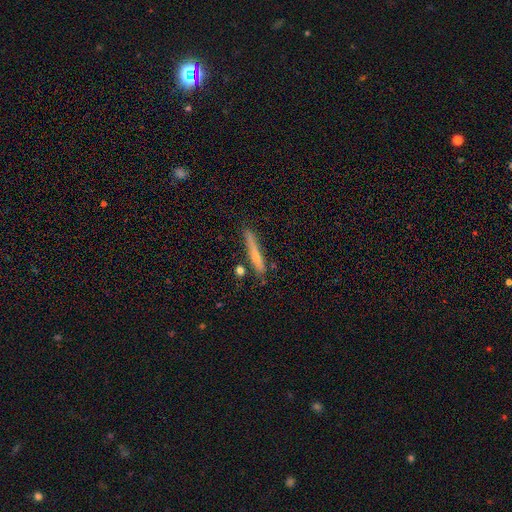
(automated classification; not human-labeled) Smooth or featured? smooth (55%)
How rounded? cigar-shaped (93%)
Merging? none (73%)